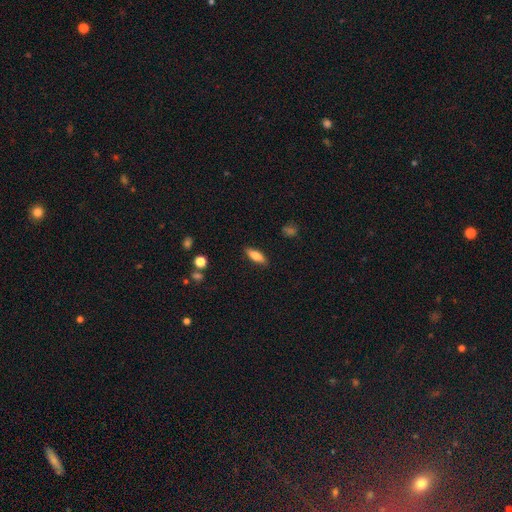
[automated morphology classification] This is likely a smooth galaxy (76%). How rounded: likely in between (64%). Merging: clearly none (87%).